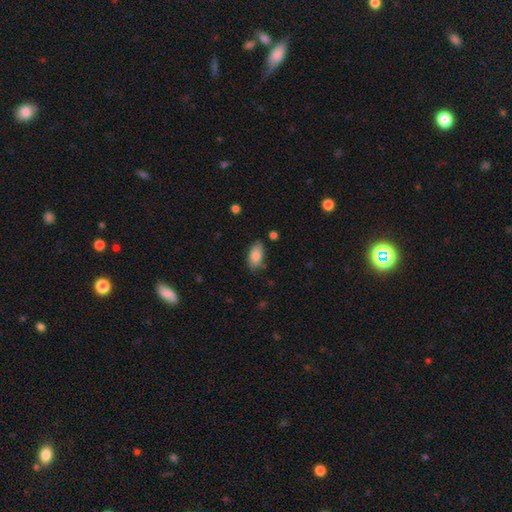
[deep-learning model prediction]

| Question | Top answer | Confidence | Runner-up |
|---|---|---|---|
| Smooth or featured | smooth | 83% | featured or disk (10%) |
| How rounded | in between | 92% | cigar-shaped (4%) |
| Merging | none | 71% | minor disturbance (22%) |